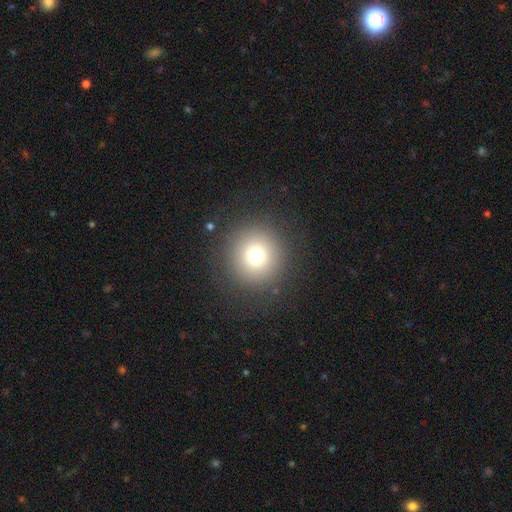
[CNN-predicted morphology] Smooth or featured? smooth (77%)
How rounded? round (95%)
Merging? none (89%)